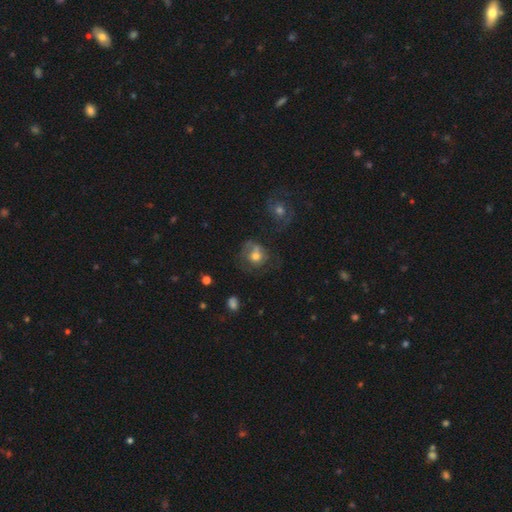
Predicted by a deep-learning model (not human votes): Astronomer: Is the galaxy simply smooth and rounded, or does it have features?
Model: smooth — 46% (runner-up: featured or disk, 41%).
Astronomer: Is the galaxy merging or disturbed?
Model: none — 43% (runner-up: major disturbance, 27%).